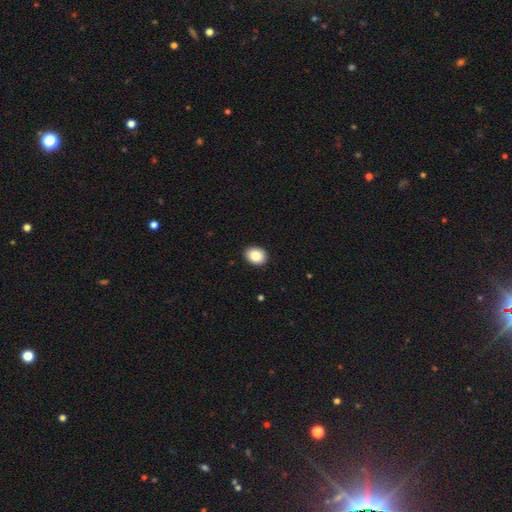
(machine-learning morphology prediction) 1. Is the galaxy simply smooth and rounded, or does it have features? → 88% smooth, 8% star or artifact, 5% featured or disk.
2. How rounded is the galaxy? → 62% in between, 38% round, 1% cigar-shaped.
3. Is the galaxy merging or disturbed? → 90% none, 7% minor disturbance, 2% major disturbance, 1% merger.